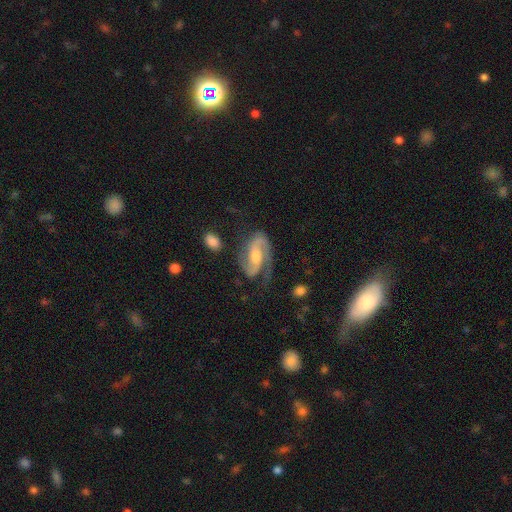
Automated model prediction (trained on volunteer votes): smooth_or_featured: featured or disk (p=0.89) [alt: smooth p=0.06]
disk_edge_on: no (p=0.97) [alt: yes p=0.03]
bar: weak (p=0.43) [alt: no p=0.37]
has_spiral_arms: yes (p=0.98) [alt: no p=0.02]
spiral_winding: medium (p=0.56) [alt: tight p=0.27]
spiral_arm_count: 2 (p=0.90) [alt: 1 p=0.03]
bulge_size: moderate (p=0.50) [alt: small p=0.26]
merging: none (p=0.68) [alt: minor disturbance p=0.19]